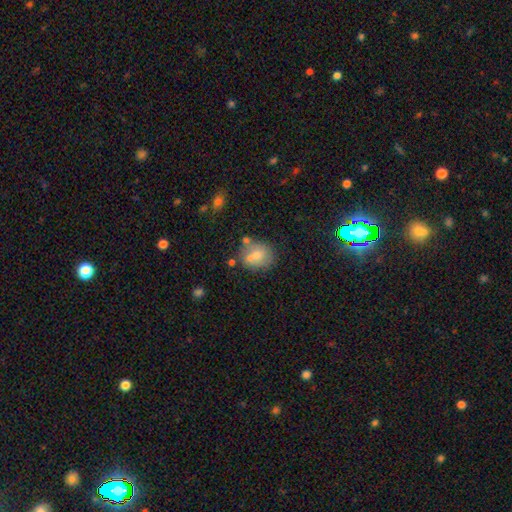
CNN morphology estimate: smooth 66%, featured or disk 24%, star or artifact 10%. Down the decision tree: how rounded — round (57%); merging — none (47%).